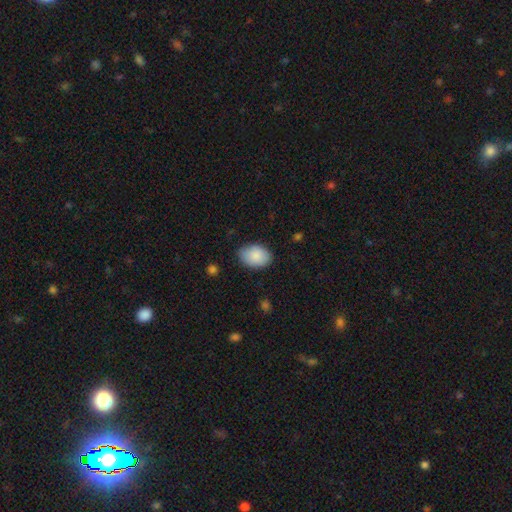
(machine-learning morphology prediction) A smooth galaxy with no disk features (88%) that is in between round and cigar-shaped (82%). Merging: none (82%).